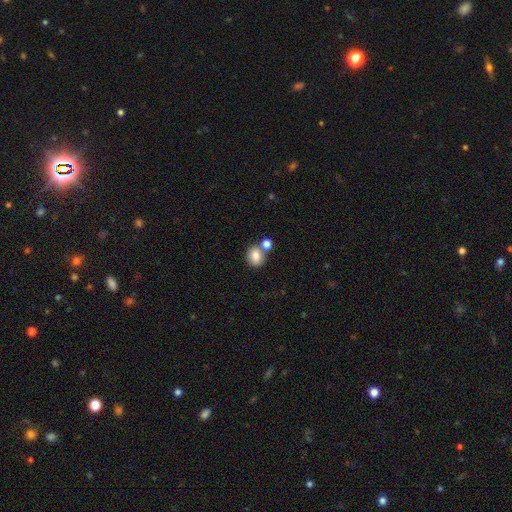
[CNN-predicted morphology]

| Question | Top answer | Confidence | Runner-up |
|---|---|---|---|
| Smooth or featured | smooth | 81% | star or artifact (10%) |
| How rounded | round | 65% | in between (34%) |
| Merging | none | 58% | merger (29%) |